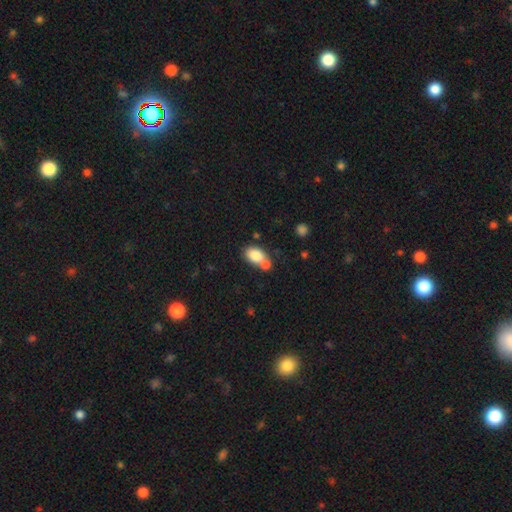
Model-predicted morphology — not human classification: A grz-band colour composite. It shows a smooth galaxy with no disk features (81%) that is in between round and cigar-shaped (80%). Merging: merger (44%).